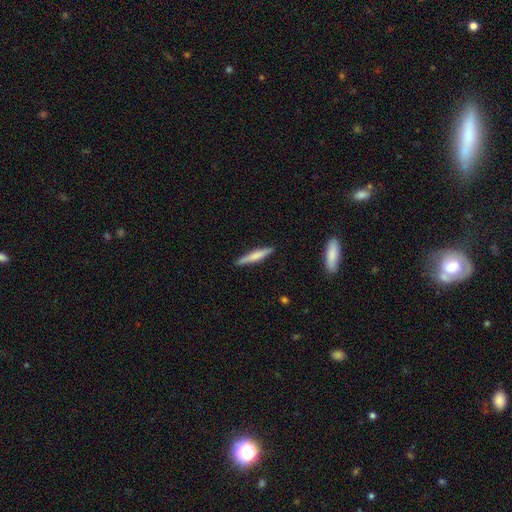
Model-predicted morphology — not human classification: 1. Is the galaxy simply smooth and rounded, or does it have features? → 58% smooth, 37% featured or disk, 5% star or artifact.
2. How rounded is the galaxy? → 92% cigar-shaped, 7% in between, 1% round.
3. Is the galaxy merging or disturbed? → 90% none, 7% minor disturbance, 2% major disturbance, 1% merger.